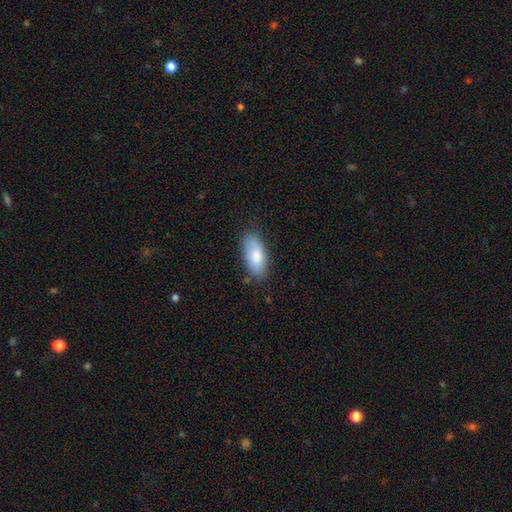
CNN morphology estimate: Smooth or featured? Predicted: smooth (p=0.82). How rounded? Predicted: in between (p=0.89). Merging? Predicted: none (p=0.80).